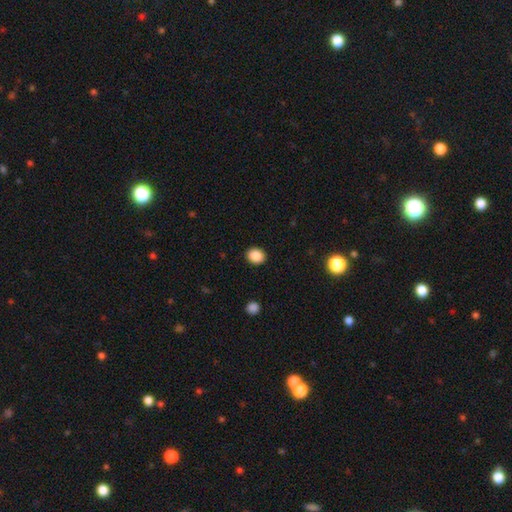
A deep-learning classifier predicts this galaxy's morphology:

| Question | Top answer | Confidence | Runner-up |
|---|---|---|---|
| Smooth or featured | smooth | 88% | star or artifact (9%) |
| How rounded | round | 70% | in between (29%) |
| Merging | none | 91% | minor disturbance (6%) |